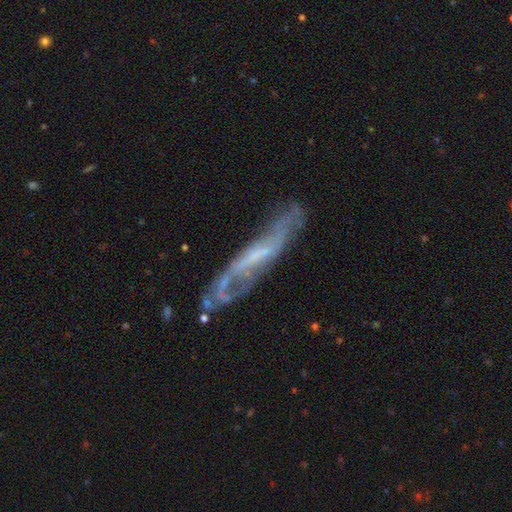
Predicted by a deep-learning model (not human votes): featured or disk 74%, smooth 18%, star or artifact 8%. Down the decision tree: edge-on disk — no (58%); merging — none (63%).